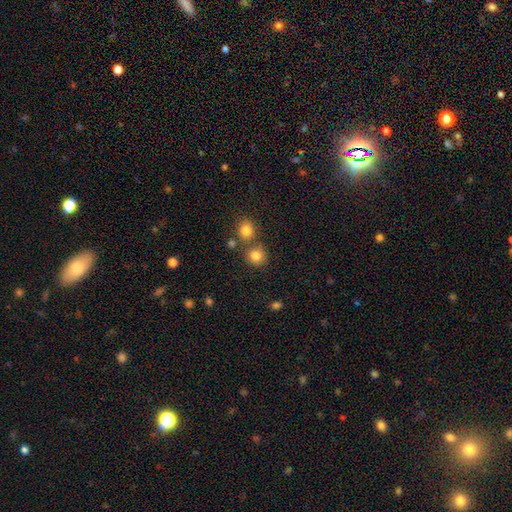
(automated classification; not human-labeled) A smooth galaxy with no disk features (81%) that is round (88%).

Vote fractions:
- Smooth or featured? smooth: 81% / star or artifact: 12% / featured or disk: 6%
- How rounded? round: 88% / in between: 11% / cigar-shaped: 1%
- Merging? none: 67% / merger: 21% / minor disturbance: 9% / major disturbance: 3%